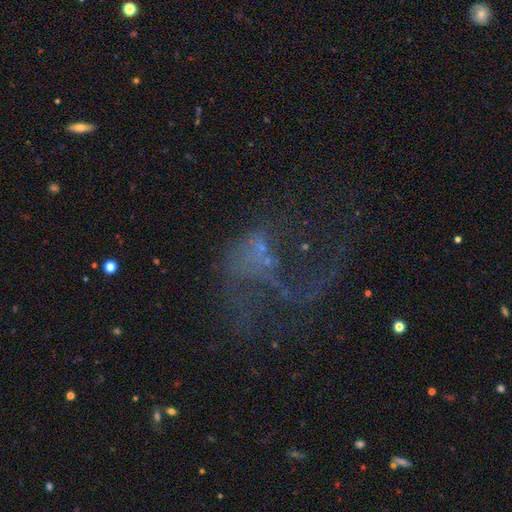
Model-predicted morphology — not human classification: Smooth or featured: featured or disk — 54% (star or artifact — 26%)
Edge-on disk: no — 97% (yes — 3%)
Bar: no — 88% (weak — 9%)
Spiral arms: no — 75% (yes — 25%)
Bulge size: none — 68% (small — 22%)
Merging: major disturbance — 54% (none — 26%)